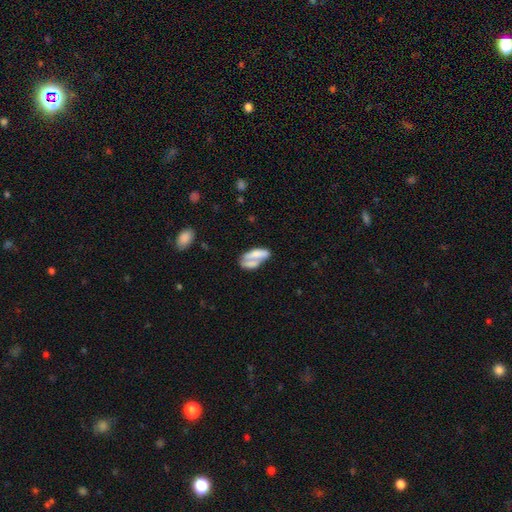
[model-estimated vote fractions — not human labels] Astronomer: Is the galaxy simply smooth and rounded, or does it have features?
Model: smooth — 61%.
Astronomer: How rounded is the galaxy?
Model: in between — 78%.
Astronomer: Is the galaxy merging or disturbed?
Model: merger — 47% (runner-up: none, 26%).